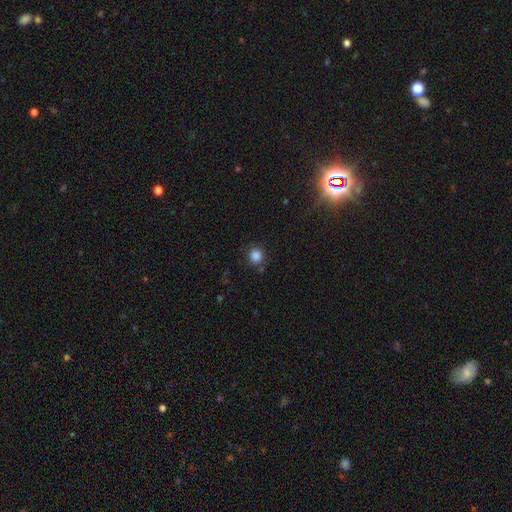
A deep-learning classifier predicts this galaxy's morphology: Smooth or featured: smooth — 85% (star or artifact — 12%)
How rounded: round — 85% (in between — 14%)
Merging: none — 82% (minor disturbance — 11%)